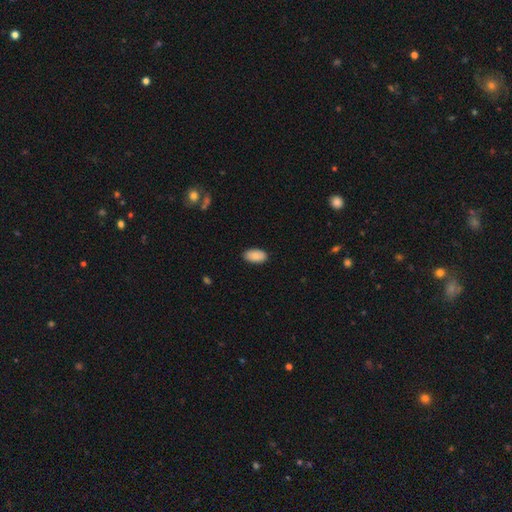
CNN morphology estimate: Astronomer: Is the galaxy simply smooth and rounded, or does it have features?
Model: smooth — 87%.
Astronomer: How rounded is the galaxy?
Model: in between — 95%.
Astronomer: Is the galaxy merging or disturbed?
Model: none — 87%.